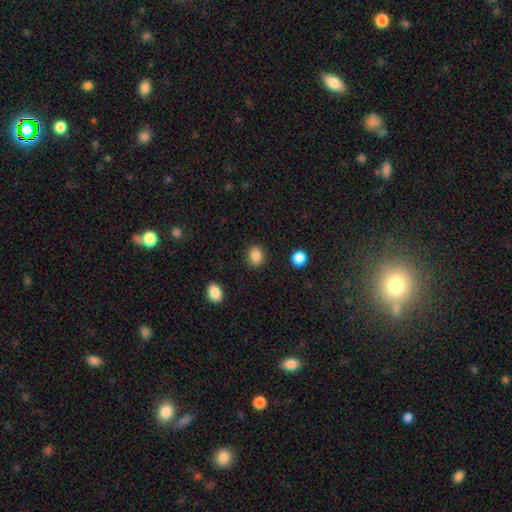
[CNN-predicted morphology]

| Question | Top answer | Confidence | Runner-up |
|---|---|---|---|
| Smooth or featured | smooth | 87% | star or artifact (10%) |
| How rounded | round | 56% | in between (43%) |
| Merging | none | 88% | minor disturbance (8%) |